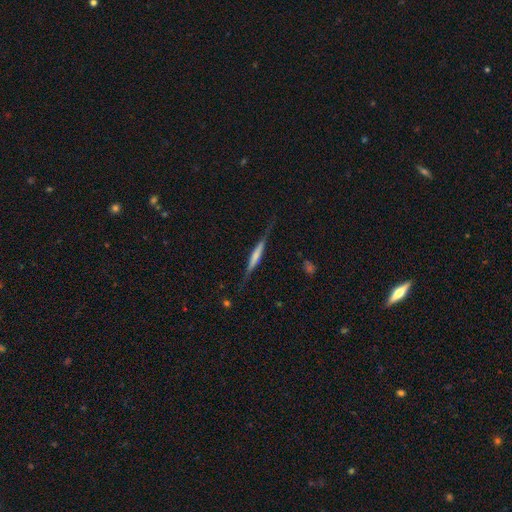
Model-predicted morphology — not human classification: Smooth or featured: featured or disk — 56% (smooth — 38%)
Edge-on disk: yes — 95% (no — 5%)
Edge-on bulge: none — 48% (rounded — 28%)
Merging: none — 75% (minor disturbance — 17%)